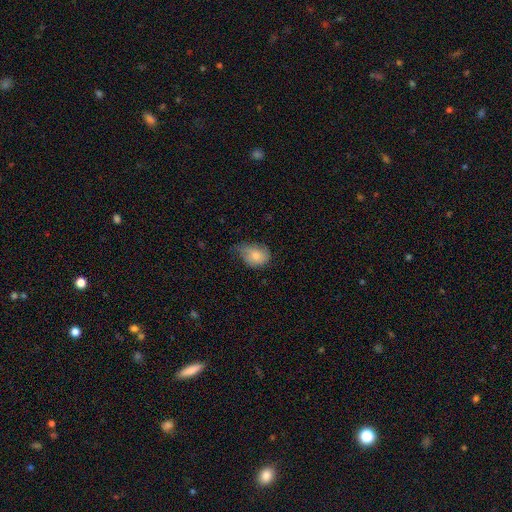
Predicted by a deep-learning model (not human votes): This appears to be a smooth galaxy with no disk features (78%) that is in between round and cigar-shaped (70%). Merging: minor disturbance (46%).